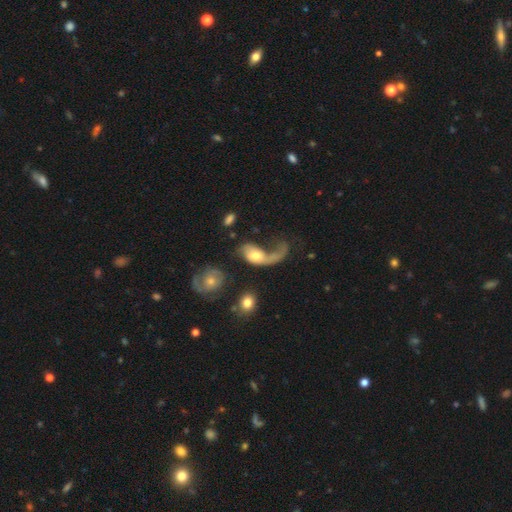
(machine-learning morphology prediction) Q: Smooth or featured?
A: featured or disk (54%); runner-up: smooth (39%)
Q: Edge-on disk?
A: no (95%); runner-up: yes (5%)
Q: Bar?
A: no (74%); runner-up: weak (21%)
Q: Spiral arms?
A: yes (71%); runner-up: no (29%)
Q: Bulge size?
A: moderate (60%); runner-up: small (21%)
Q: Merging?
A: major disturbance (58%); runner-up: none (17%)